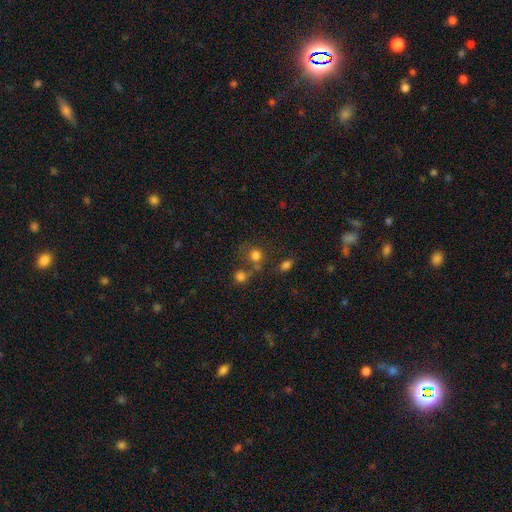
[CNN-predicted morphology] smooth 74%, star or artifact 15%, featured or disk 10%. Down the decision tree: how rounded — round (78%); merging — none (49%).